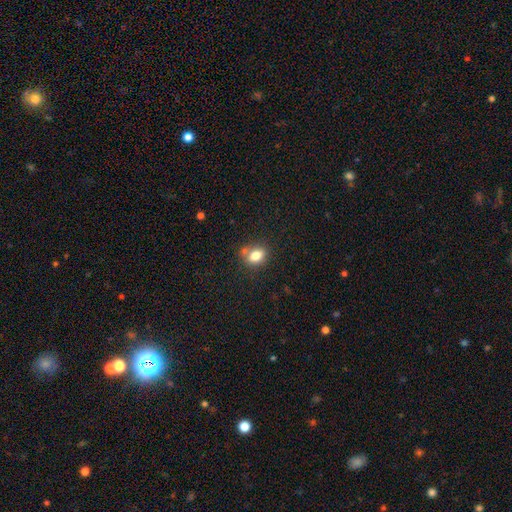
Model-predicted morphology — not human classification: Smooth or featured? smooth (80%)
How rounded? in between (65%)
Merging? none (62%)